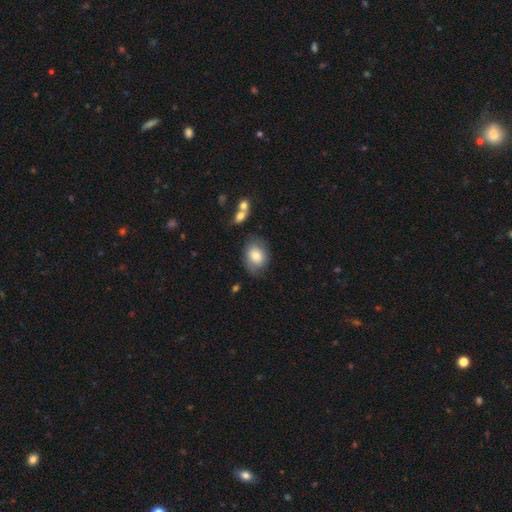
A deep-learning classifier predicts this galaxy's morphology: smooth_or_featured: smooth (p=0.73) [alt: featured or disk p=0.19]
how_rounded: in between (p=0.64) [alt: round p=0.35]
merging: none (p=0.65) [alt: minor disturbance p=0.24]